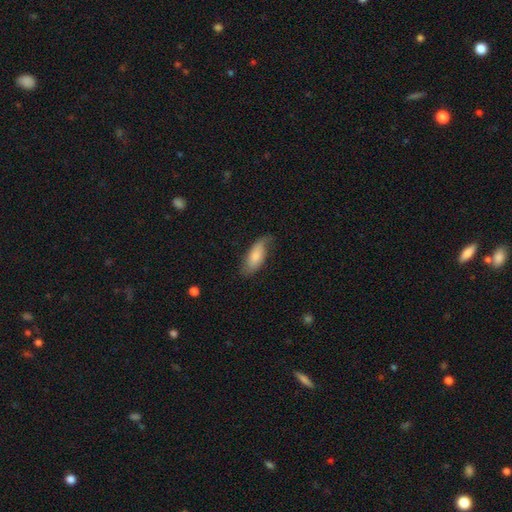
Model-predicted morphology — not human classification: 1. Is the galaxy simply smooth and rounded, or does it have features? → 74% smooth, 20% featured or disk, 6% star or artifact.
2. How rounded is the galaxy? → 82% in between, 16% cigar-shaped, 2% round.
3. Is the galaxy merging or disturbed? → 60% none, 30% minor disturbance, 8% major disturbance, 2% merger.